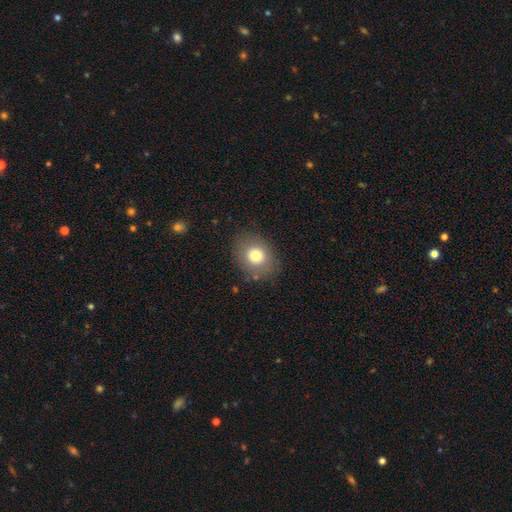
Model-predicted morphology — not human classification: smooth-or-featured: smooth: 75% | featured or disk: 14% | star or artifact: 10%
  how-rounded: round: 55% | in between: 45% | cigar-shaped: 1%
  merging: none: 82% | minor disturbance: 12% | major disturbance: 5% | merger: 2%